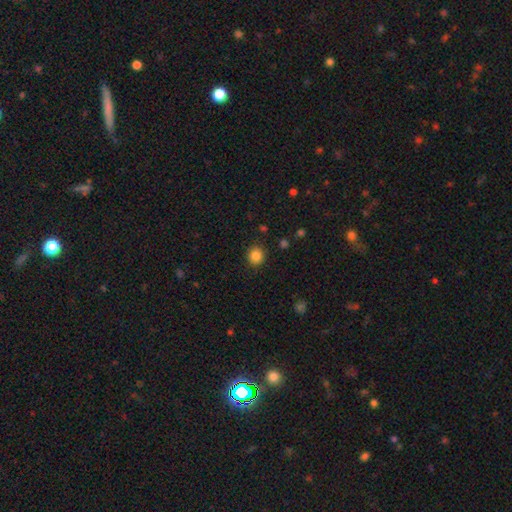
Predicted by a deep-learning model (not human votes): Overall: smooth (85%). How rounded: round (88%). Merging: none (90%).